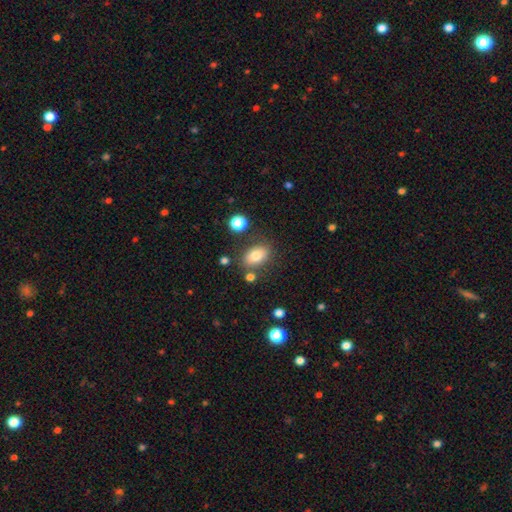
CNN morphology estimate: smooth_or_featured: smooth (p=0.77) [alt: featured or disk p=0.13]
how_rounded: in between (p=0.82) [alt: round p=0.17]
merging: none (p=0.77) [alt: minor disturbance p=0.13]